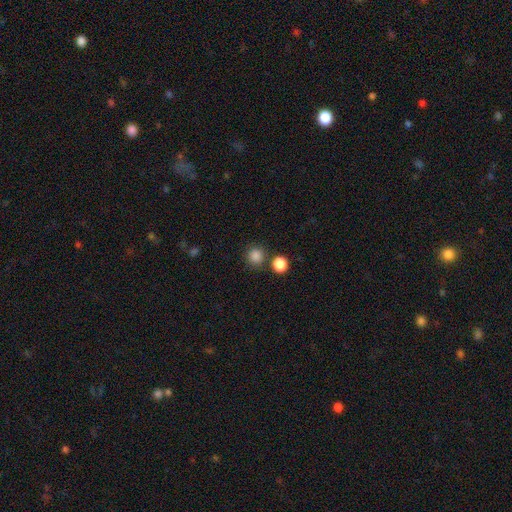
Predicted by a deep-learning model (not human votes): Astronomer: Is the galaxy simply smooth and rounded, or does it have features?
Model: smooth — 84%.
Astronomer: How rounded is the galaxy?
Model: round — 92%.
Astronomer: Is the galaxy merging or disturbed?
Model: none — 80%.